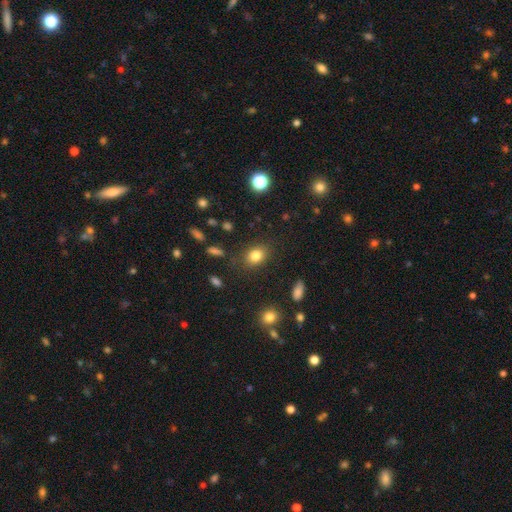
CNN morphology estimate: smooth-or-featured: smooth: 81% | star or artifact: 12% | featured or disk: 8%
  how-rounded: in between: 60% | round: 39% | cigar-shaped: 1%
  merging: none: 82% | minor disturbance: 12% | major disturbance: 4% | merger: 2%